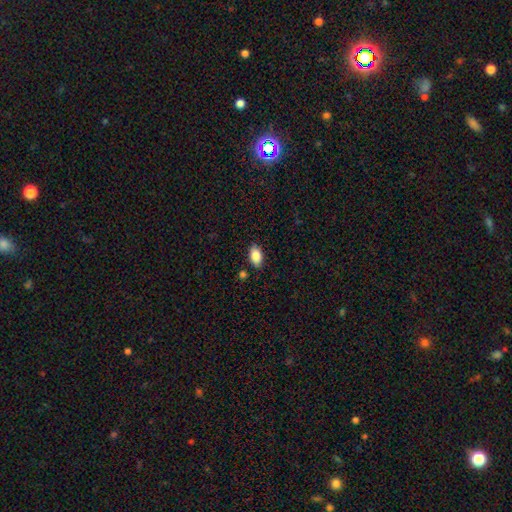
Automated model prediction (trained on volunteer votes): Smooth or featured? Predicted: smooth (p=0.86). How rounded? Predicted: in between (p=0.92). Merging? Predicted: none (p=0.85).